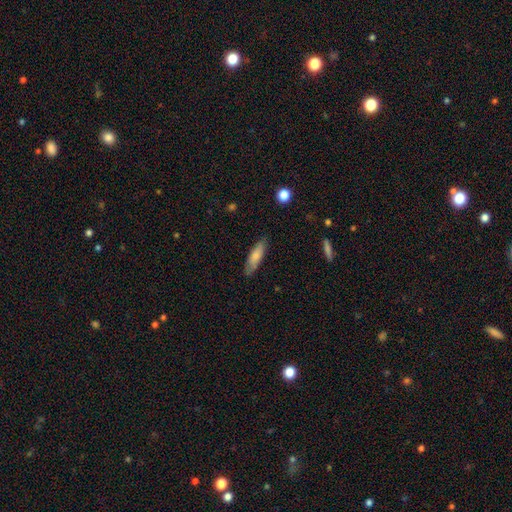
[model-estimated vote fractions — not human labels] Smooth or featured: smooth — 76% (featured or disk — 18%)
How rounded: cigar-shaped — 60% (in between — 38%)
Merging: none — 83% (minor disturbance — 13%)